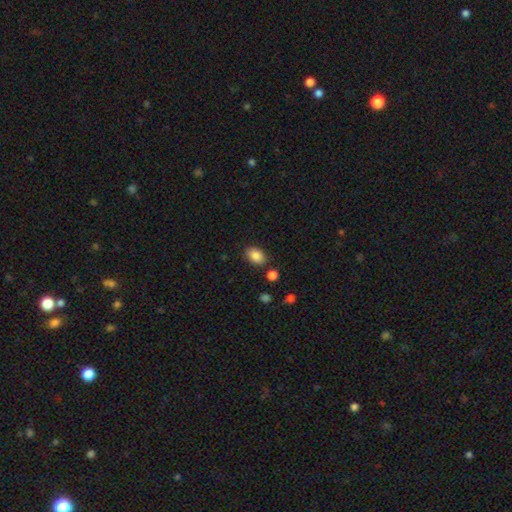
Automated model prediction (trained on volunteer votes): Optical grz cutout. It shows a smooth galaxy with no disk features (87%) that is in between round and cigar-shaped (82%). Merging: none (83%).